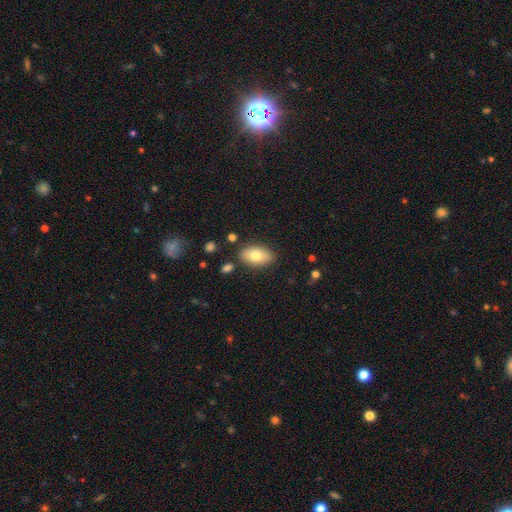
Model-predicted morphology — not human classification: This appears to be a smooth galaxy with no disk features (76%) that is in between round and cigar-shaped (92%). Merging: none (82%).